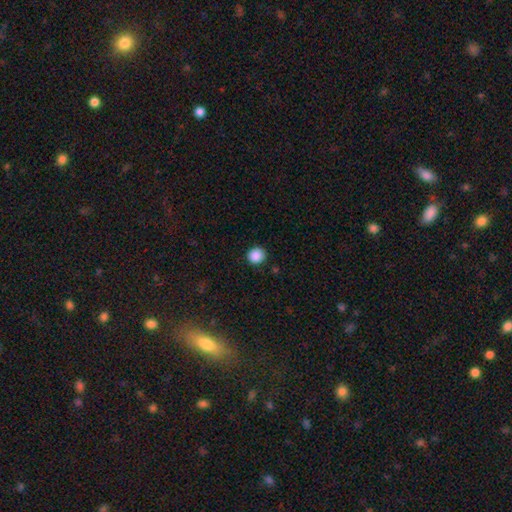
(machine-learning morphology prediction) A smooth galaxy with no disk features (88%) that is round (91%). Merging: none (90%).